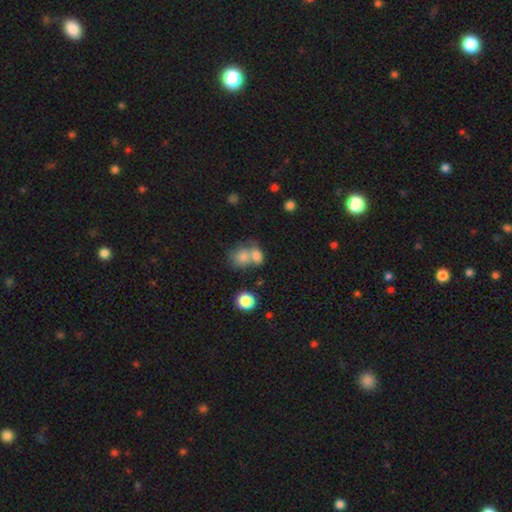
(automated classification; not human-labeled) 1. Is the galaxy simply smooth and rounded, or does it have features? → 76% smooth, 12% featured or disk, 11% star or artifact.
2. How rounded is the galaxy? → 60% in between, 38% round, 2% cigar-shaped.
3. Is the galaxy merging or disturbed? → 57% merger, 28% none, 9% minor disturbance, 6% major disturbance.